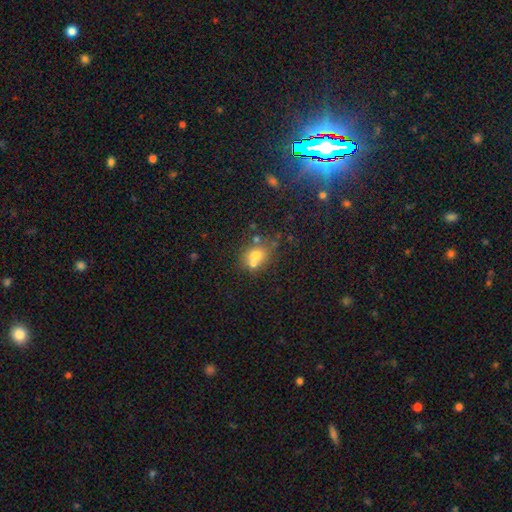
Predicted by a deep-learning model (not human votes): smooth-or-featured: smooth: 66% | featured or disk: 19% | star or artifact: 15%
  how-rounded: round: 72% | in between: 27% | cigar-shaped: 1%
  merging: none: 45% | merger: 40% | minor disturbance: 10% | major disturbance: 4%